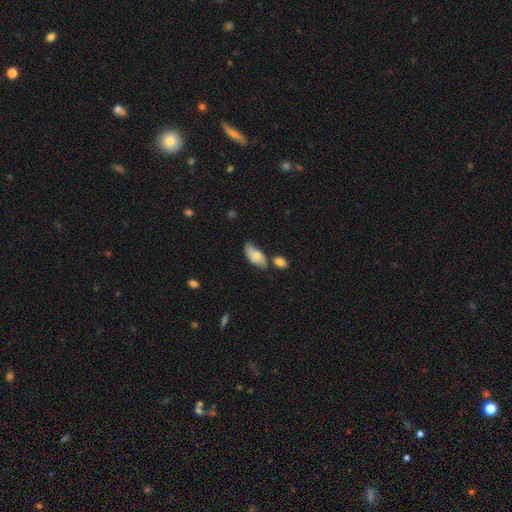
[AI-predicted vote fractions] Smooth or featured? Predicted: smooth (p=0.68). How rounded? Predicted: in between (p=0.89). Merging? Predicted: none (p=0.57).